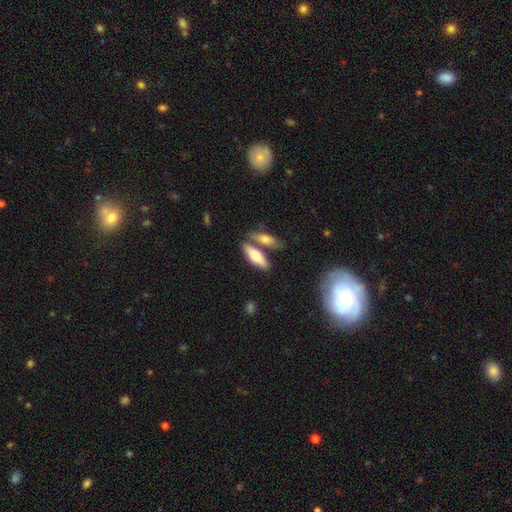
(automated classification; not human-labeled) Smooth or featured? Predicted: smooth (p=0.66). How rounded? Predicted: in between (p=0.55). Merging? Predicted: none (p=0.59).